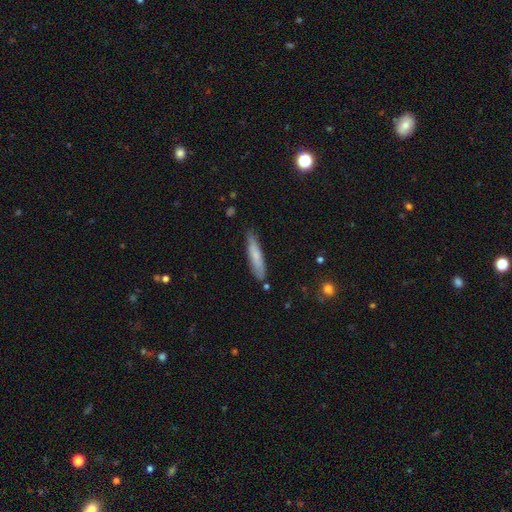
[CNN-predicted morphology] This appears to be a smooth galaxy with no disk features (71%) that is cigar-shaped (88%). Merging: none (81%).